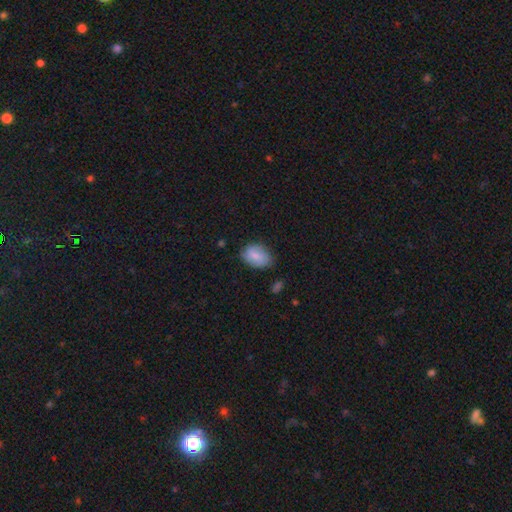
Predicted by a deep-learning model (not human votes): The model was most divided on "merging": none: 68%, minor disturbance: 25%, major disturbance: 5%, merger: 2%. More confident: how rounded — in between (81%); smooth or featured — smooth (77%).